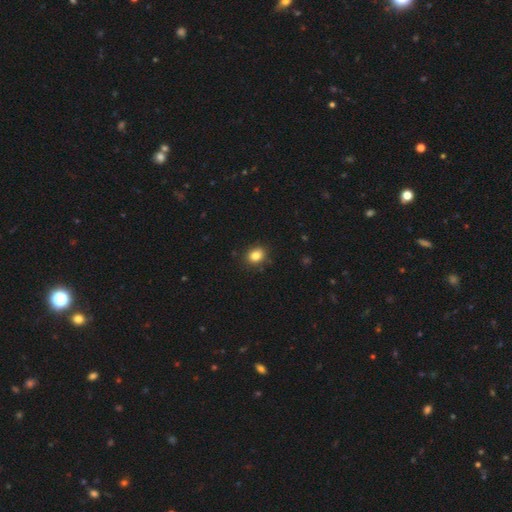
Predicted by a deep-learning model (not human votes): Q: Smooth or featured?
A: smooth (84%); runner-up: star or artifact (11%)
Q: How rounded?
A: round (55%); runner-up: in between (45%)
Q: Merging?
A: none (88%); runner-up: minor disturbance (9%)